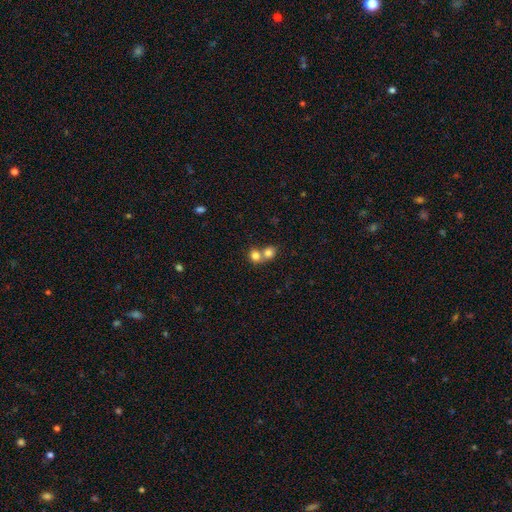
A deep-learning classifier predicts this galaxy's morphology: A smooth galaxy with no disk features (80%) that is round (78%). Merging: merger (59%).